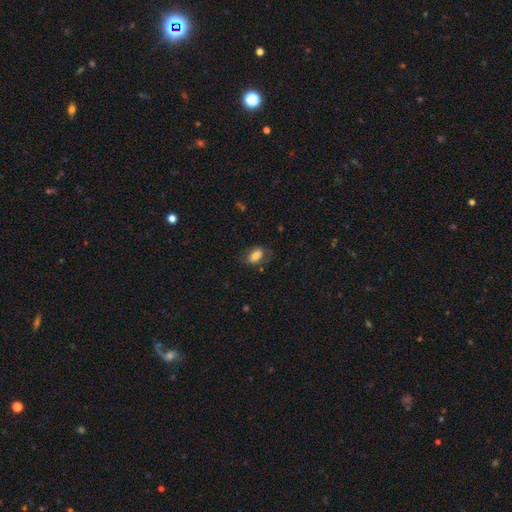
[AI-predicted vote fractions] Q: Smooth or featured?
A: smooth (70%); runner-up: featured or disk (23%)
Q: How rounded?
A: in between (88%); runner-up: round (9%)
Q: Merging?
A: none (63%); runner-up: minor disturbance (22%)